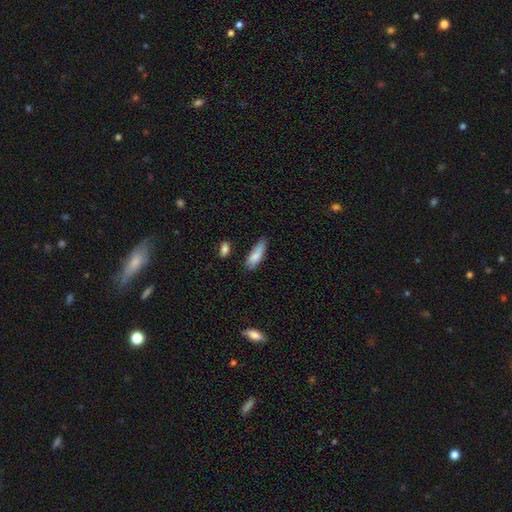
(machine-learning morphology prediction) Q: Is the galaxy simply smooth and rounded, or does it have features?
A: smooth — 80%.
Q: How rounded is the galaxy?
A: in between — 56%.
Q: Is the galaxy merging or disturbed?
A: none — 55%.